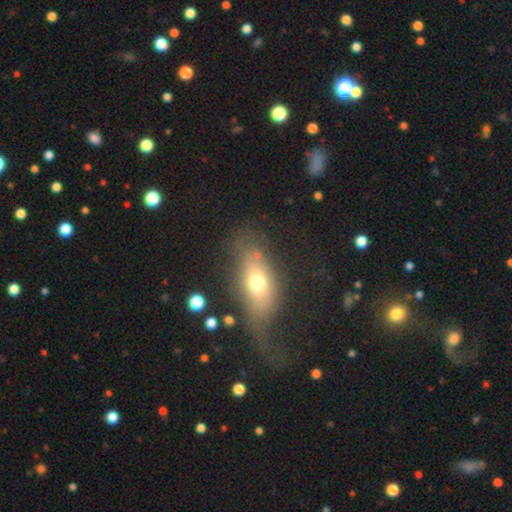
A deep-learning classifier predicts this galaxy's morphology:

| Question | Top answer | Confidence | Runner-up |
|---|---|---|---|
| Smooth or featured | smooth | 62% | featured or disk (27%) |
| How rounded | in between | 76% | round (12%) |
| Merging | none | 38% | major disturbance (34%) |